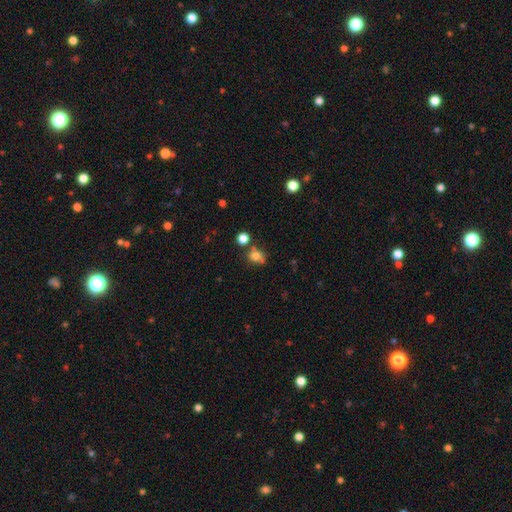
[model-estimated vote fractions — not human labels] This appears to be a smooth galaxy with no disk features (74%) that is round (66%). Merging: none (53%).